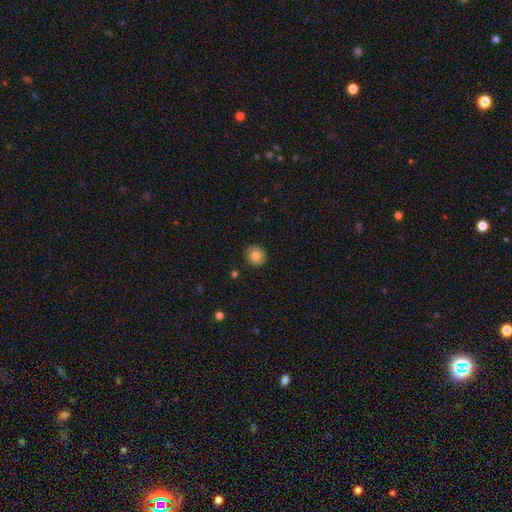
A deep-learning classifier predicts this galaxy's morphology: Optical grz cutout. It shows a smooth galaxy with no disk features (78%) that is round (86%). Merging: none (88%).